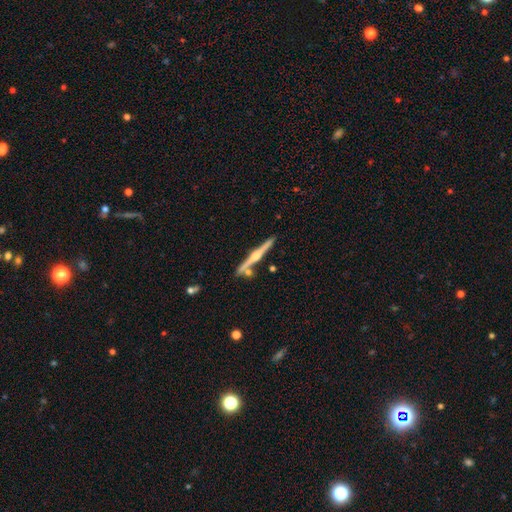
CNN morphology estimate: This appears to be a featured or disk galaxy (81%) viewed edge-on (98%) with a rounded central bulge (90%). Merging: none (82%).